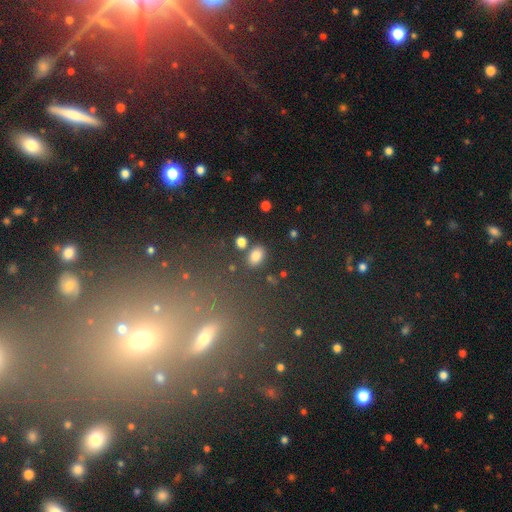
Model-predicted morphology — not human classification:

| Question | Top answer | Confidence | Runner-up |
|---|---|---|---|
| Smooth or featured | smooth | 82% | star or artifact (12%) |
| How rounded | in between | 81% | round (18%) |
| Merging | none | 80% | minor disturbance (10%) |